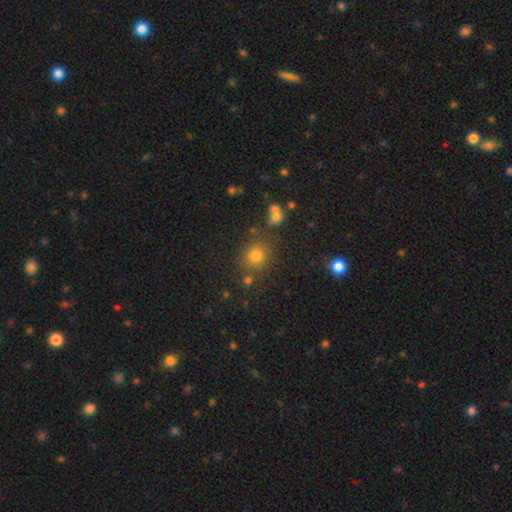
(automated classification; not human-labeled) smooth_or_featured: smooth (p=0.73) [alt: star or artifact p=0.20]
how_rounded: round (p=0.81) [alt: in between p=0.18]
merging: none (p=0.79) [alt: minor disturbance p=0.10]